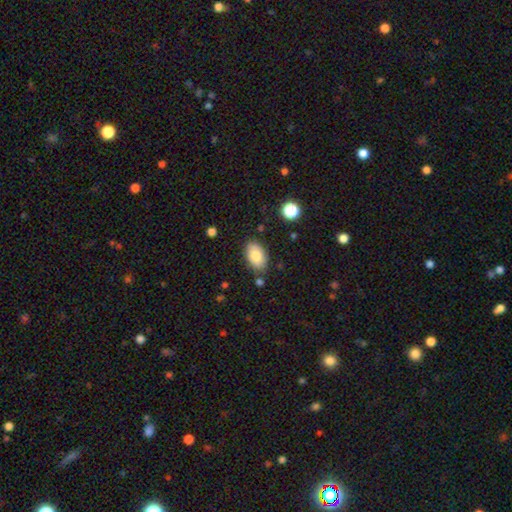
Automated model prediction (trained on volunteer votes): Smooth or featured? smooth (82%)
How rounded? in between (93%)
Merging? none (82%)